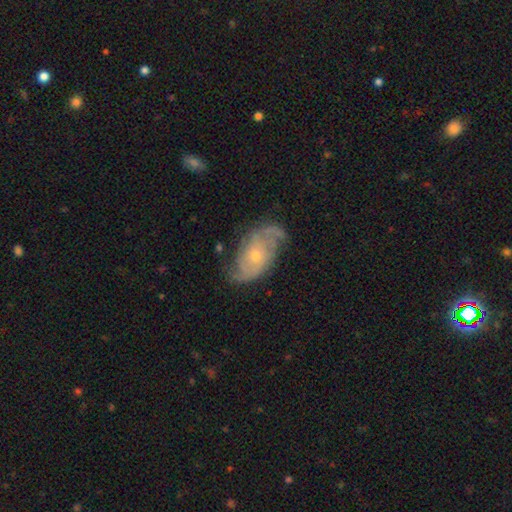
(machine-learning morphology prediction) Smooth or featured? Predicted: featured or disk (p=0.82). Edge-on disk? Predicted: no (p=0.96). Bar? Predicted: no (p=0.73). Spiral arms? Predicted: yes (p=0.94). Spiral winding? Predicted: medium (p=0.42). Spiral arm count? Predicted: 2 (p=0.60). Bulge size? Predicted: small (p=0.59). Merging? Predicted: none (p=0.66).